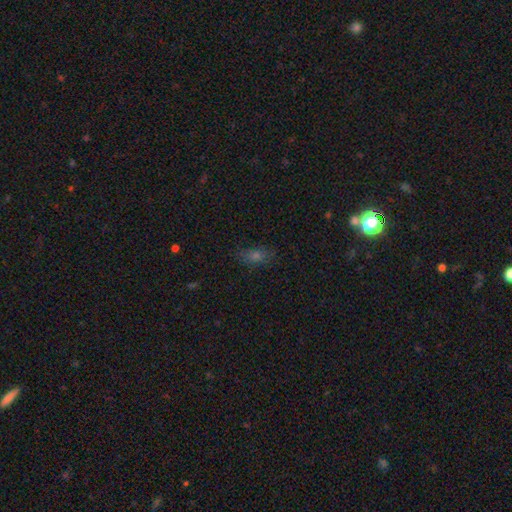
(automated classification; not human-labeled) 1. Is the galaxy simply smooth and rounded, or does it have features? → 51% smooth, 32% star or artifact, 17% featured or disk.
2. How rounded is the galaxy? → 72% in between, 19% round, 10% cigar-shaped.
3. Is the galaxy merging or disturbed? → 80% none, 14% minor disturbance, 4% major disturbance, 2% merger.